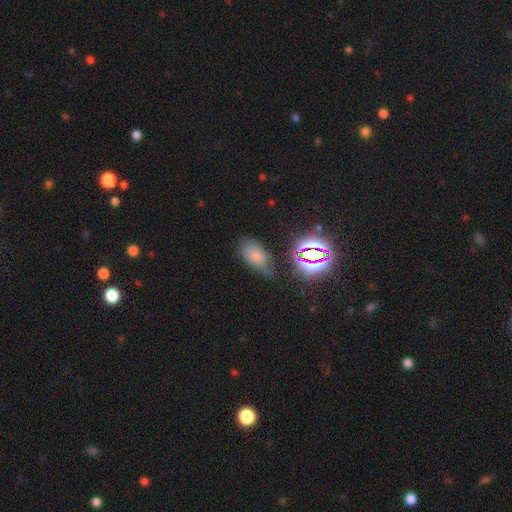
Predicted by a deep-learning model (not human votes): Smooth or featured?
  - smooth: 63% *
  - star or artifact: 23%
  - featured or disk: 14%
How rounded?
  - in between: 90% *
  - round: 6%
  - cigar-shaped: 3%
Merging?
  - none: 54% *
  - minor disturbance: 30%
  - major disturbance: 12%
  - merger: 5%